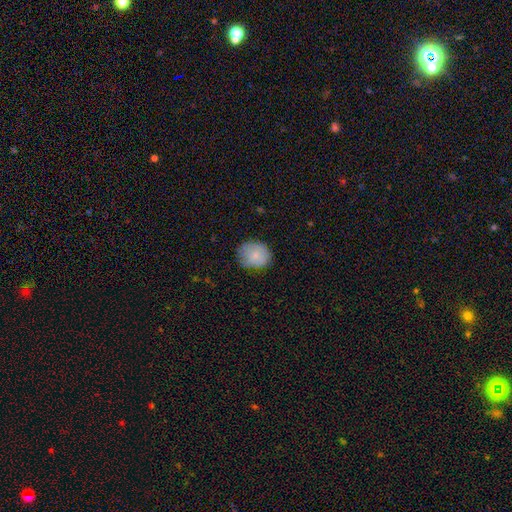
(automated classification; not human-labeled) smooth 76%, featured or disk 16%, star or artifact 8%. Down the decision tree: how rounded — round (71%); merging — none (74%).